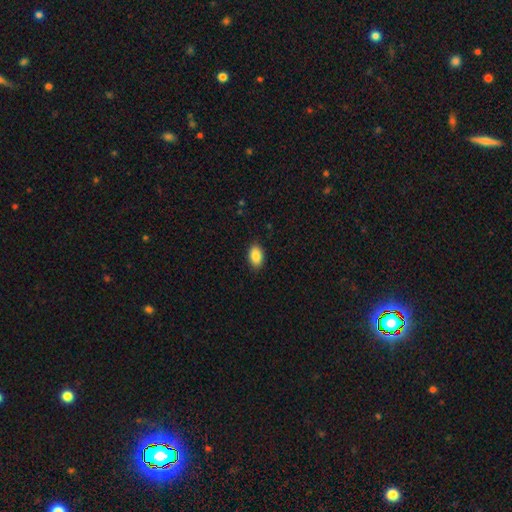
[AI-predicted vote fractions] The model was most divided on "merging": none: 88%, minor disturbance: 9%, major disturbance: 2%, merger: 1%. More confident: how rounded — in between (89%); smooth or featured — smooth (88%).